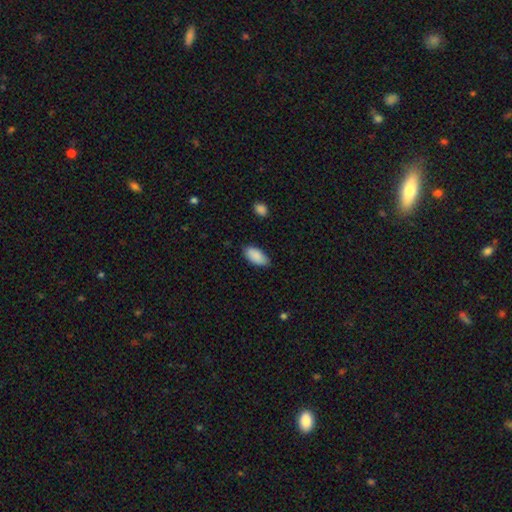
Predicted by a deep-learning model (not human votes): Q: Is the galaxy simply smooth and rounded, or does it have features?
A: smooth — 89%.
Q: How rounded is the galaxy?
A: in between — 93%.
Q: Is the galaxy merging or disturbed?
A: none — 82%.